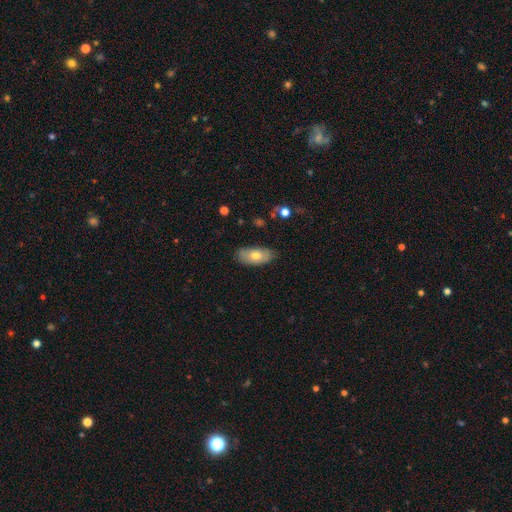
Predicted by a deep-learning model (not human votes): Smooth or featured?
  - smooth: 70% *
  - featured or disk: 23%
  - star or artifact: 7%
How rounded?
  - in between: 90% *
  - cigar-shaped: 6%
  - round: 3%
Merging?
  - none: 74% *
  - minor disturbance: 21%
  - major disturbance: 3%
  - merger: 2%